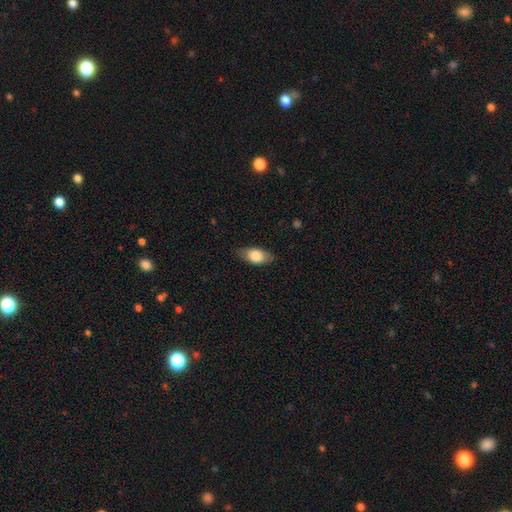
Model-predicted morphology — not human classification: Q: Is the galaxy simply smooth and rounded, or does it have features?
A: smooth — 77%.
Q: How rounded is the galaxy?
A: in between — 89%.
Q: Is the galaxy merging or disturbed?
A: none — 80%.